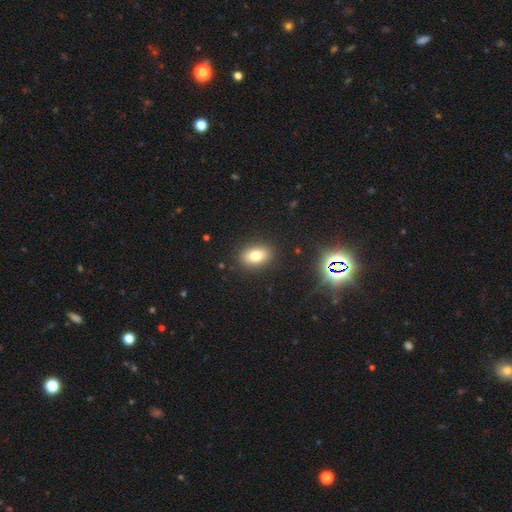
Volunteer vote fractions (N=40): Smooth or featured? 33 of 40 (82%) said smooth. How rounded? 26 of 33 (79%) said in between. Merging? 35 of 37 (95%) said none.